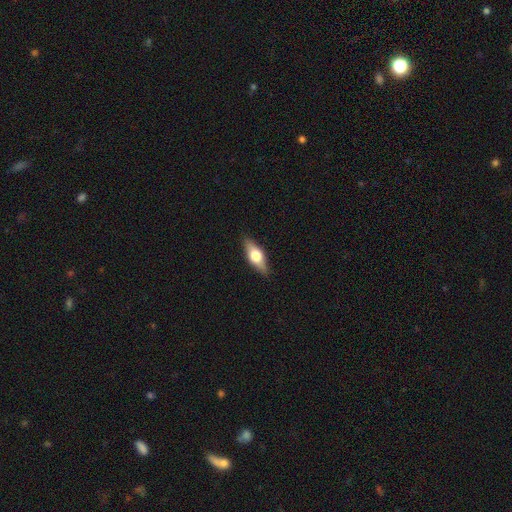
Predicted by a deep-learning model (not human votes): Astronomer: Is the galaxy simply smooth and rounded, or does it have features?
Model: smooth — 51% (runner-up: featured or disk, 43%).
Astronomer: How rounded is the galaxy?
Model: in between — 69%.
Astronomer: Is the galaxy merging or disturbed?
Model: none — 87%.